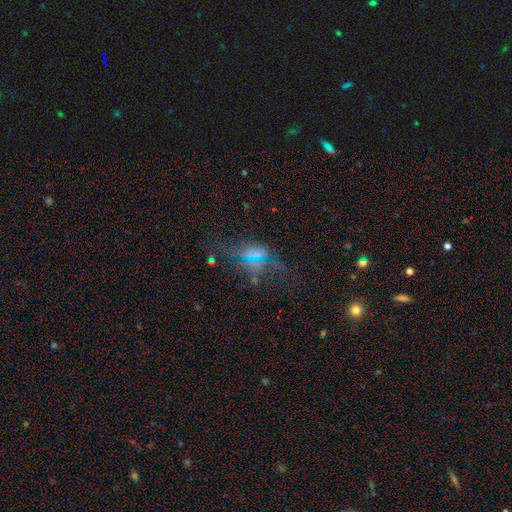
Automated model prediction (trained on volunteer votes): This appears to be a star or artifact, not a galaxy (40%).